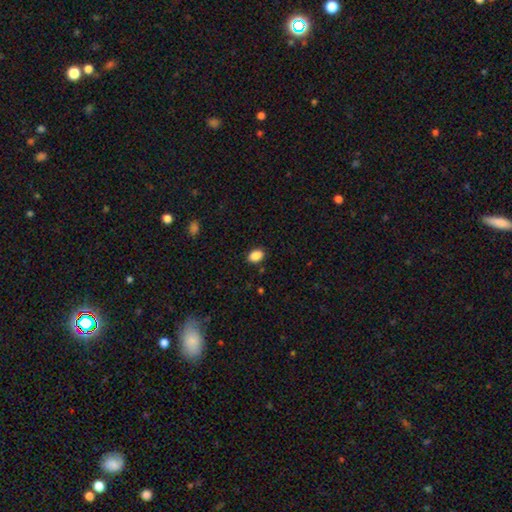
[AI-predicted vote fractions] smooth-or-featured: smooth: 89% | star or artifact: 8% | featured or disk: 3%
  how-rounded: in between: 80% | round: 19% | cigar-shaped: 1%
  merging: none: 87% | minor disturbance: 9% | major disturbance: 2% | merger: 1%